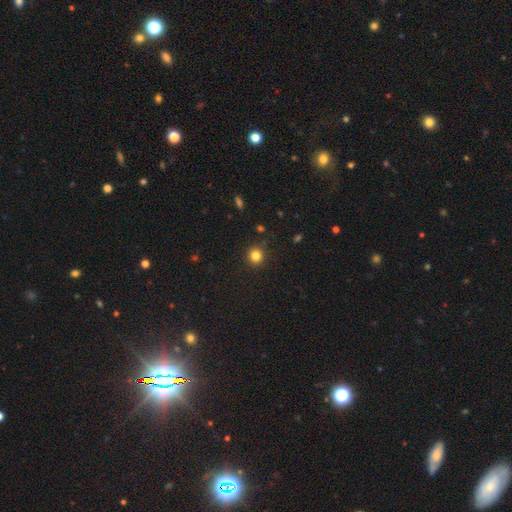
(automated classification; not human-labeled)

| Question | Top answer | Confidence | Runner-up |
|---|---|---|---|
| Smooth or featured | smooth | 82% | star or artifact (13%) |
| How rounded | round | 89% | in between (10%) |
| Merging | none | 89% | minor disturbance (7%) |